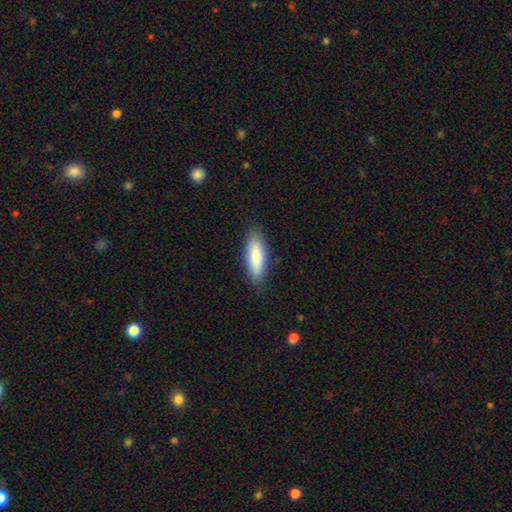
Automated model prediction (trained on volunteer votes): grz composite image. It shows a smooth galaxy with no disk features (84%) that is in between round and cigar-shaped (53%). Merging: none (86%).